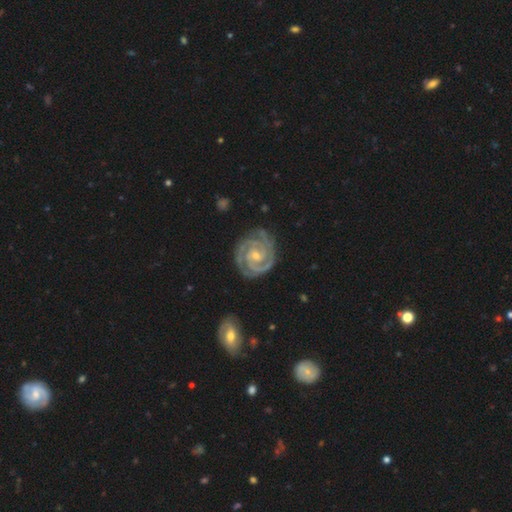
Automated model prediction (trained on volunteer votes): smooth_or_featured: featured or disk (p=0.93) [alt: star or artifact p=0.04]
disk_edge_on: no (p=0.98) [alt: yes p=0.02]
bar: no (p=0.57) [alt: weak p=0.30]
has_spiral_arms: yes (p=0.99) [alt: no p=0.01]
spiral_winding: tight (p=0.82) [alt: medium p=0.17]
spiral_arm_count: 2 (p=0.59) [alt: 3 p=0.26]
bulge_size: small (p=0.59) [alt: moderate p=0.38]
merging: none (p=0.80) [alt: minor disturbance p=0.15]